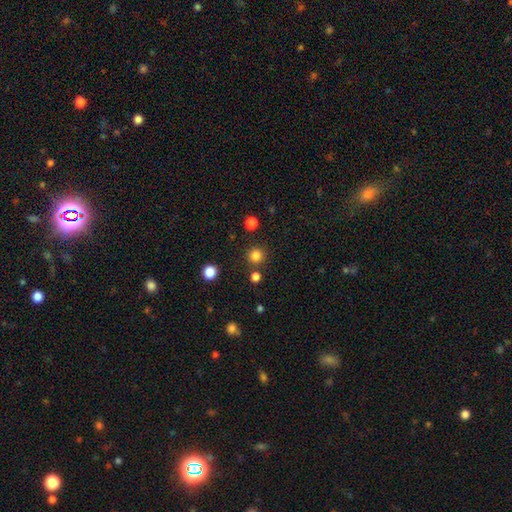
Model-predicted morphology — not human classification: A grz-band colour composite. It shows a smooth galaxy with no disk features (82%) that is round (95%). Merging: none (86%).